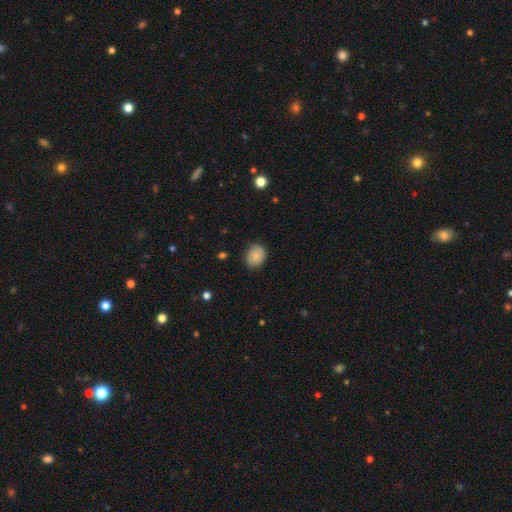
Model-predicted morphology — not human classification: The model was most divided on "how rounded": round: 50%, in between: 49%, cigar-shaped: 1%. More confident: smooth or featured — smooth (84%); merging — none (79%).